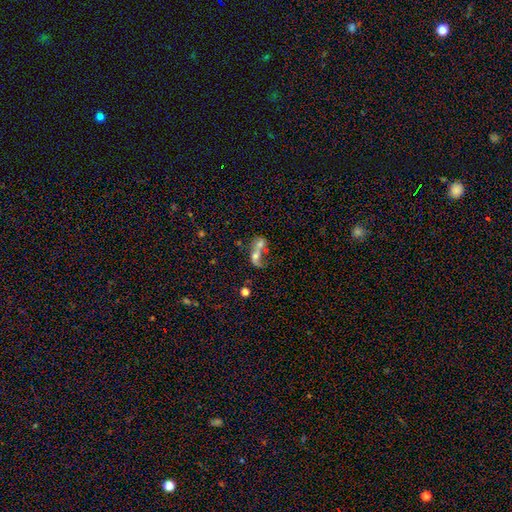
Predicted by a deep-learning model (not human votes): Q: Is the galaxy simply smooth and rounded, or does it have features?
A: smooth — 50%.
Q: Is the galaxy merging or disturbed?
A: merger — 71%.